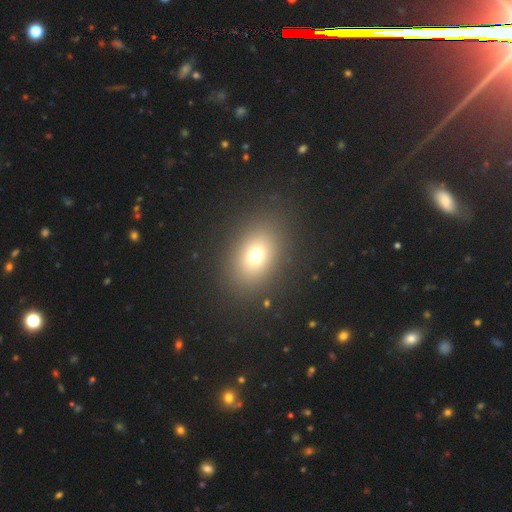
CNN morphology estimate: This appears to be a smooth galaxy with no disk features (71%) that is in between round and cigar-shaped (65%). Merging: none (87%).